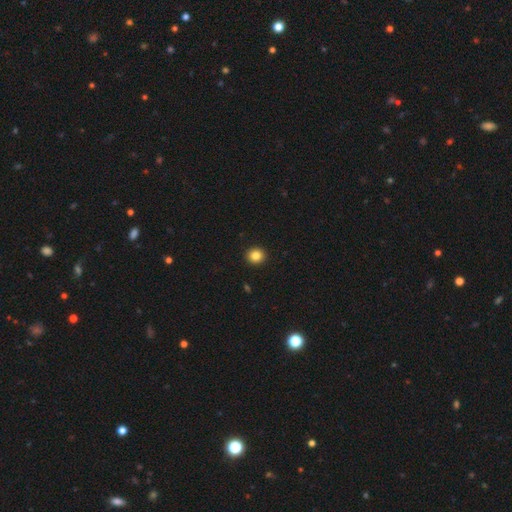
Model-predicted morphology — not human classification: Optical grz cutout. It shows a smooth galaxy with no disk features (84%) that is round (88%). Merging: none (93%).